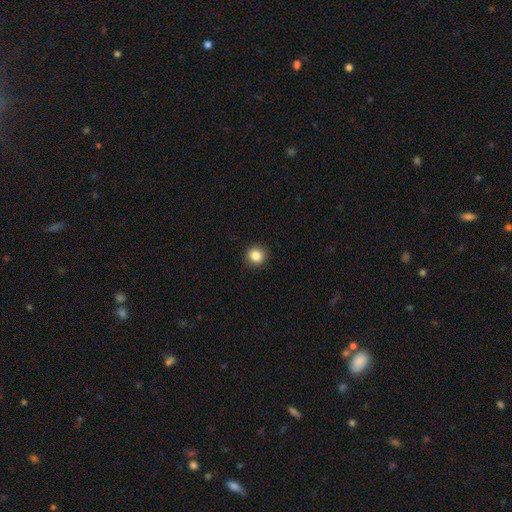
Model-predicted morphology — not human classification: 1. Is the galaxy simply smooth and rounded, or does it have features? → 85% smooth, 10% star or artifact, 5% featured or disk.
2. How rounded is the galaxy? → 88% round, 11% in between, 1% cigar-shaped.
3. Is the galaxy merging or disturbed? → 91% none, 6% minor disturbance, 2% major disturbance, 1% merger.